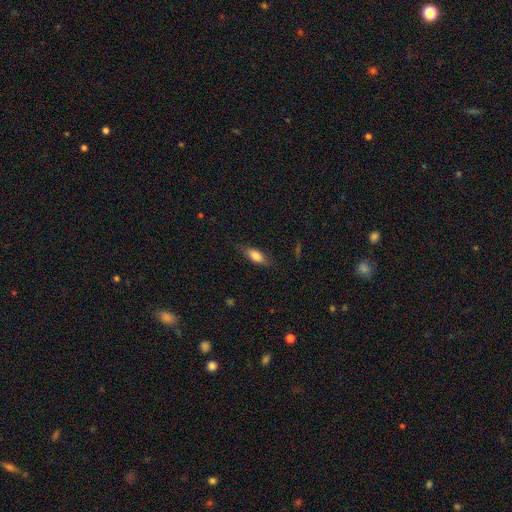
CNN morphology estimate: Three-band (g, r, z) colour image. It shows a smooth galaxy with no disk features (74%) that is in between round and cigar-shaped (72%). Merging: none (77%).